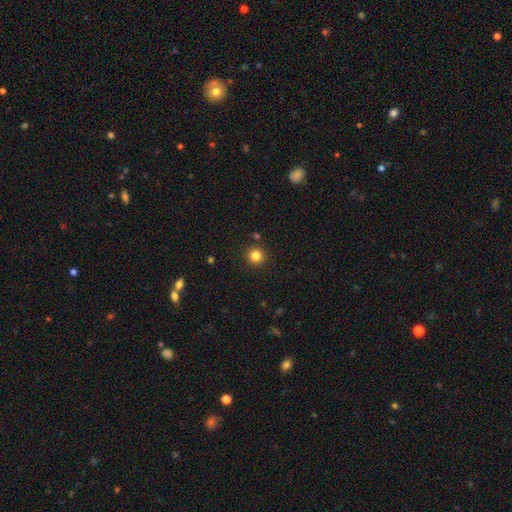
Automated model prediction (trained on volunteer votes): The model was most divided on "smooth or featured": smooth: 82%, star or artifact: 12%, featured or disk: 5%. More confident: how rounded — round (95%); merging — none (91%).